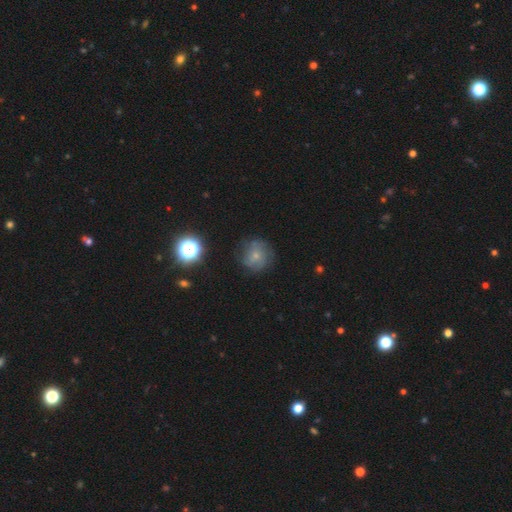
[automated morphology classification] The model was most divided on "smooth or featured": smooth: 59%, featured or disk: 26%, star or artifact: 15%. More confident: how rounded — round (89%); merging — none (68%).